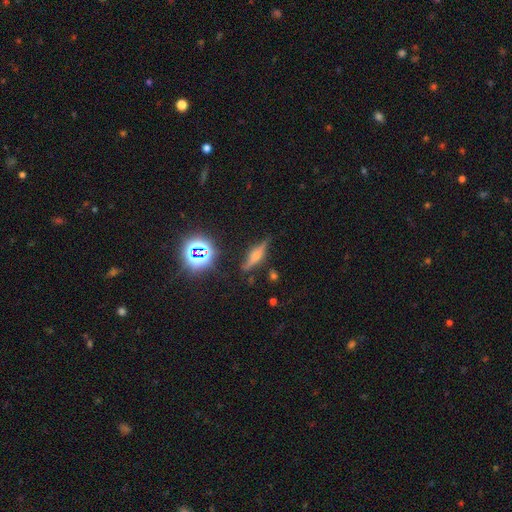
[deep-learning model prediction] Morphology: type=featured or disk (53%); edge-on=yes (92%); merging=none (79%).